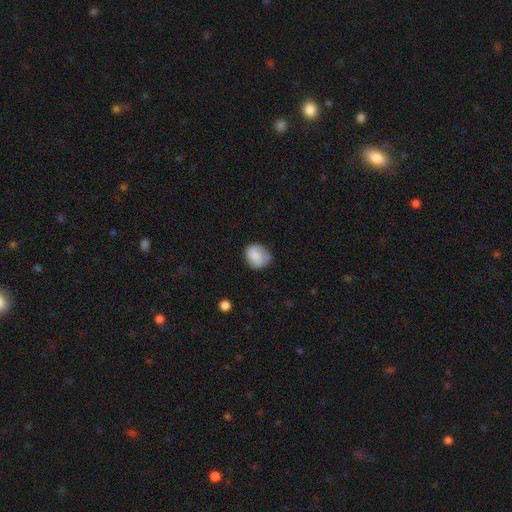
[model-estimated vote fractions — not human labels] Smooth or featured: smooth — 79% (featured or disk — 13%)
How rounded: round — 60% (in between — 39%)
Merging: none — 66% (minor disturbance — 26%)